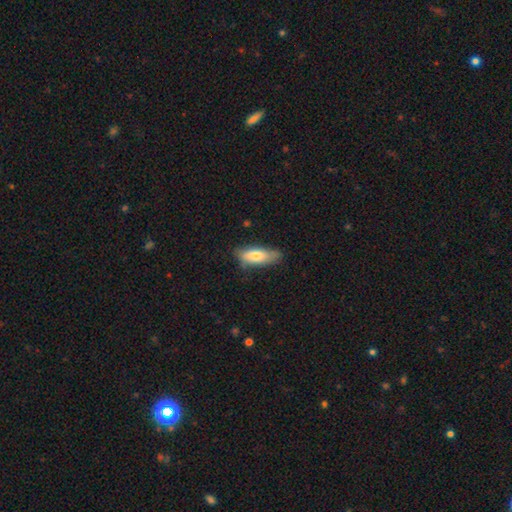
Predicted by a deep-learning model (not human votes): Q: Smooth or featured?
A: smooth (75%); runner-up: featured or disk (19%)
Q: How rounded?
A: in between (64%); runner-up: cigar-shaped (33%)
Q: Merging?
A: none (66%); runner-up: minor disturbance (26%)